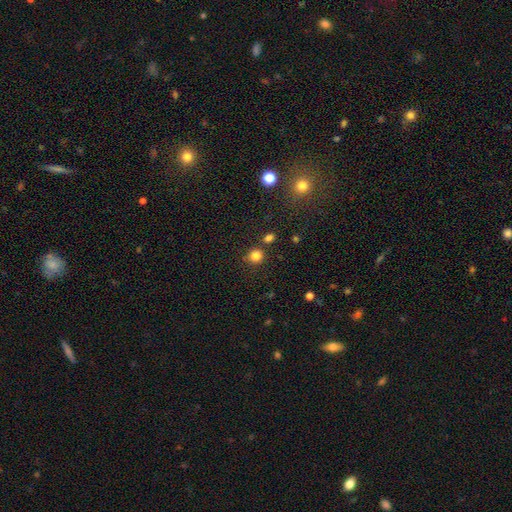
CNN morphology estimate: smooth 82%, star or artifact 13%, featured or disk 5%. Down the decision tree: how rounded — round (88%); merging — none (80%).